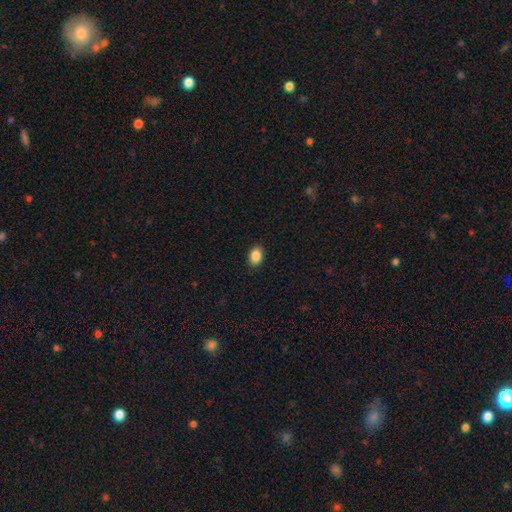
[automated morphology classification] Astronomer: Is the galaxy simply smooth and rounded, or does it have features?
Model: smooth — 88%.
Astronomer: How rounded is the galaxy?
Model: in between — 80%.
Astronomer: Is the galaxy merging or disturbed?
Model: none — 90%.